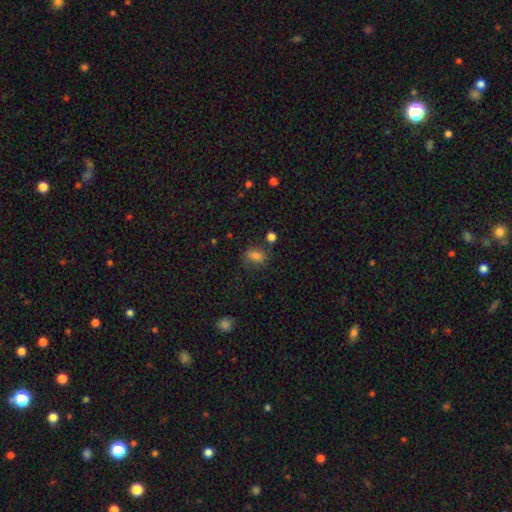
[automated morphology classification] A smooth galaxy with no disk features (78%) that is in between round and cigar-shaped (64%).

Vote fractions:
- Smooth or featured? smooth: 78% / star or artifact: 12% / featured or disk: 10%
- How rounded? in between: 64% / round: 34% / cigar-shaped: 2%
- Merging? none: 65% / minor disturbance: 21% / major disturbance: 8% / merger: 6%